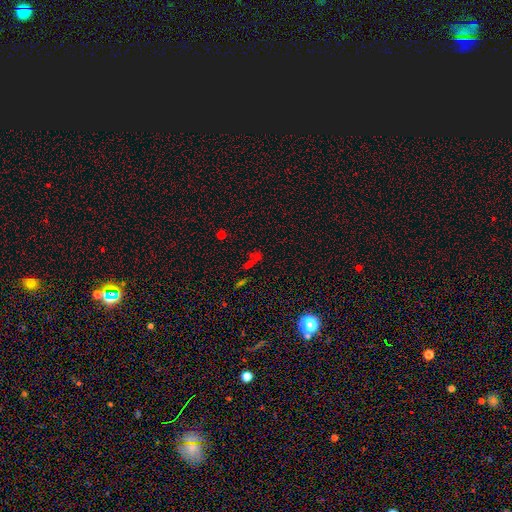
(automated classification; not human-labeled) Smooth or featured? star or artifact (52%)